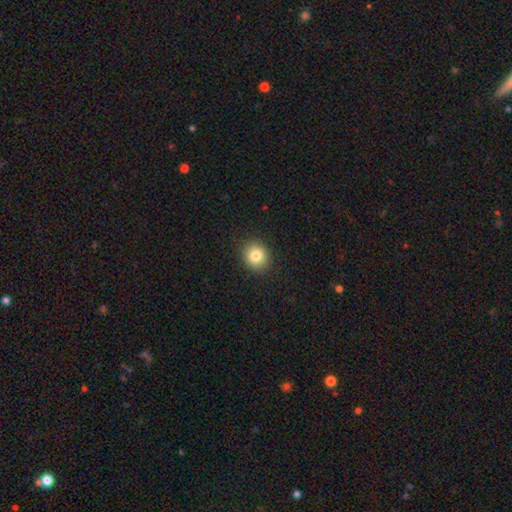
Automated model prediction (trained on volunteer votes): Smooth or featured?
  - smooth: 82% *
  - star or artifact: 10%
  - featured or disk: 8%
How rounded?
  - round: 79% *
  - in between: 21%
  - cigar-shaped: 1%
Merging?
  - none: 90% *
  - minor disturbance: 7%
  - major disturbance: 2%
  - merger: 1%